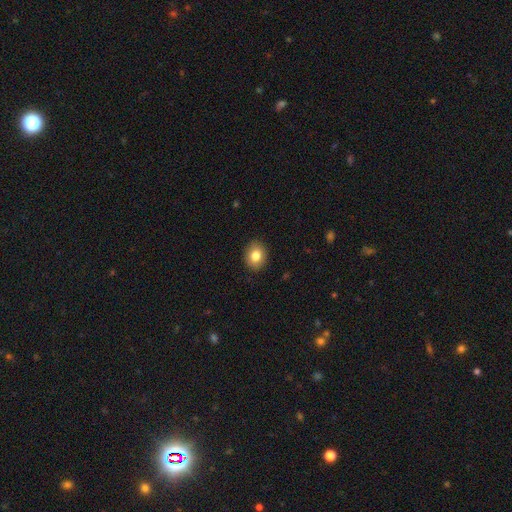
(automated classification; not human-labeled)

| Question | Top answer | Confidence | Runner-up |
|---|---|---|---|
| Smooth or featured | smooth | 83% | star or artifact (9%) |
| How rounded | round | 52% | in between (47%) |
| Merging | none | 90% | minor disturbance (7%) |